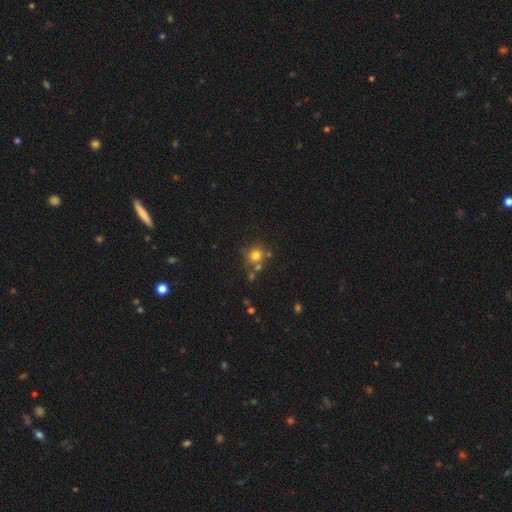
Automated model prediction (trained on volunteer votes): smooth_or_featured: smooth (p=0.75) [alt: star or artifact p=0.15]
how_rounded: round (p=0.89) [alt: in between p=0.10]
merging: none (p=0.61) [alt: merger p=0.20]